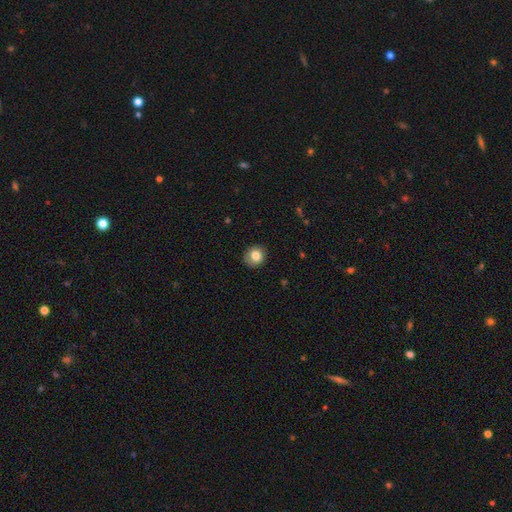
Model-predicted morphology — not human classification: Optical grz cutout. It shows a smooth galaxy with no disk features (80%) that is round (81%). Merging: none (87%).